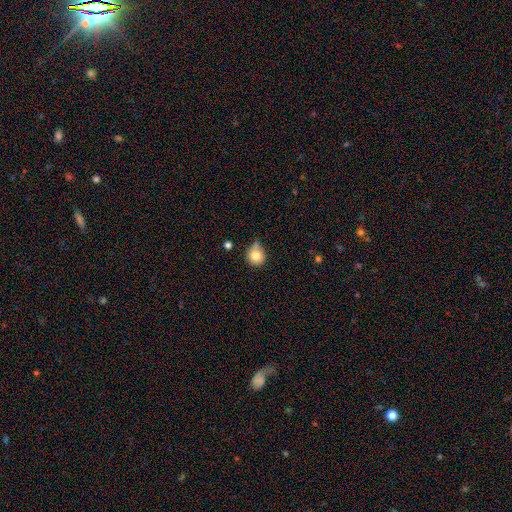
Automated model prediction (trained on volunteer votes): Overall: smooth (80%). How rounded: round (88%). Merging: none (54%; minor disturbance 29%).